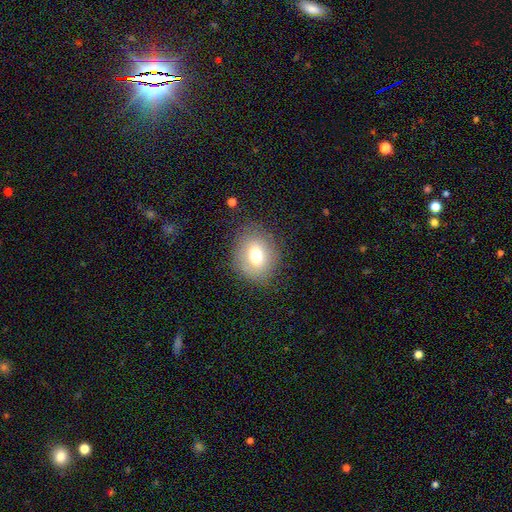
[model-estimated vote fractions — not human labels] The model was most divided on "how rounded": round: 58%, in between: 41%, cigar-shaped: 1%. More confident: merging — none (81%); smooth or featured — smooth (71%).